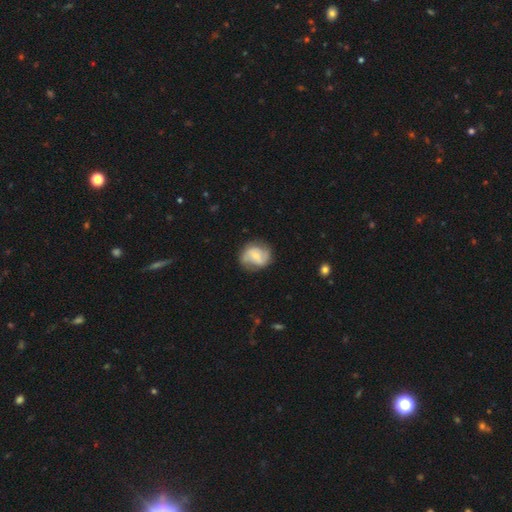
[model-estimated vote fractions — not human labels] The model was most divided on "bar": no: 45%, weak: 43%, strong: 13%. Remaining: edge-on disk — no (97%); spiral arms — yes (89%); spiral arm count — 2 (80%); merging — none (73%); smooth or featured — featured or disk (63%); bulge size — small (54%); spiral winding — medium (45%).